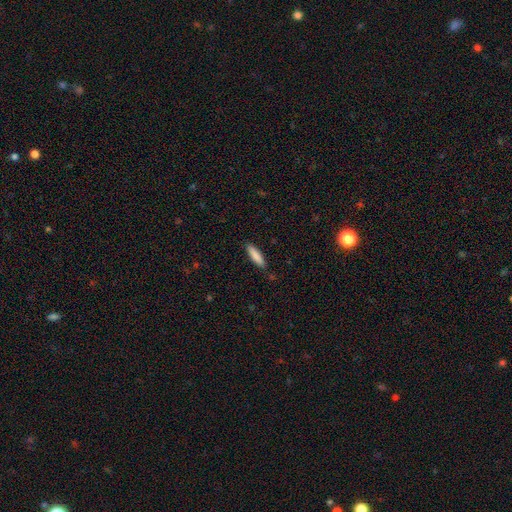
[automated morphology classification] Smooth or featured? smooth (86%)
How rounded? cigar-shaped (72%)
Merging? none (85%)